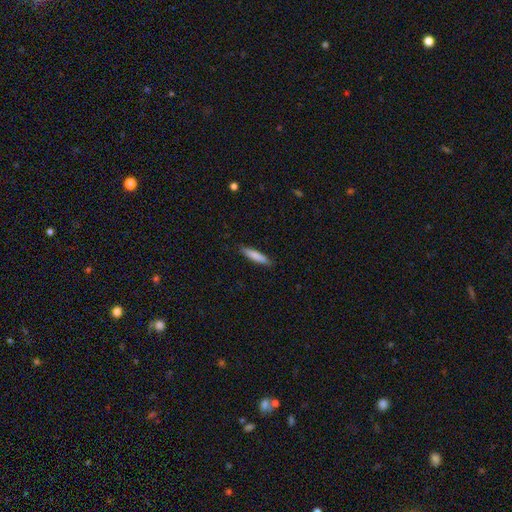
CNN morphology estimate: A smooth galaxy with no disk features (83%) that is cigar-shaped (85%).

Vote fractions:
- Smooth or featured? smooth: 83% / featured or disk: 11% / star or artifact: 6%
- How rounded? cigar-shaped: 85% / in between: 14% / round: 1%
- Merging? none: 88% / minor disturbance: 9% / major disturbance: 2% / merger: 1%